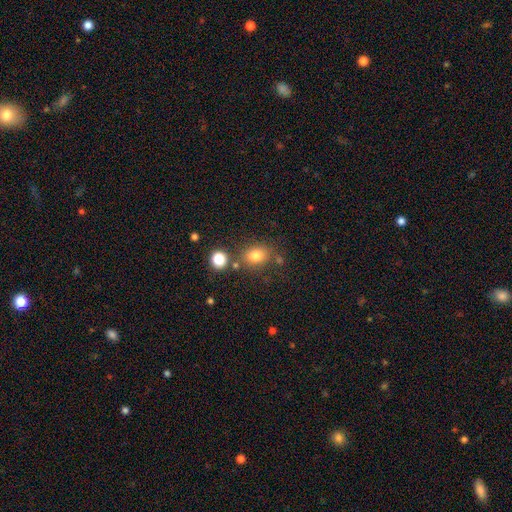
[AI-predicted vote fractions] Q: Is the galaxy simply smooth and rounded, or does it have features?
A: smooth — 79%.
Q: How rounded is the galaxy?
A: in between — 55%.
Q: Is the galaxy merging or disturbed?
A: none — 73%.